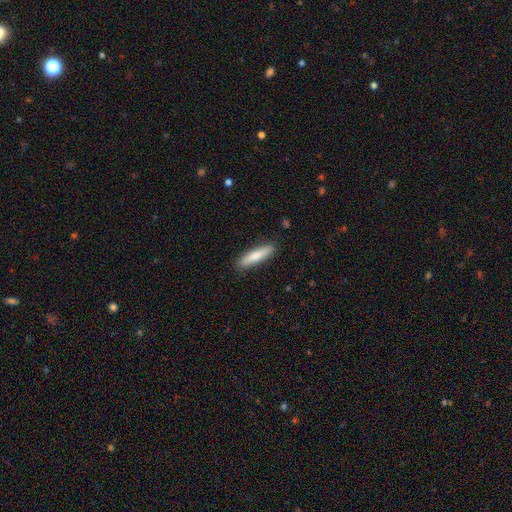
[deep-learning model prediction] A smooth galaxy with no disk features (79%) that is cigar-shaped (81%). Merging: none (88%).